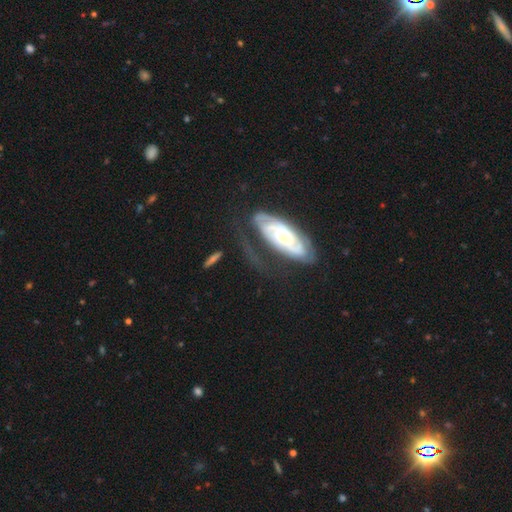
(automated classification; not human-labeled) Smooth or featured? Predicted: featured or disk (p=0.59). Edge-on disk? Predicted: no (p=0.75). Merging? Predicted: none (p=0.53).